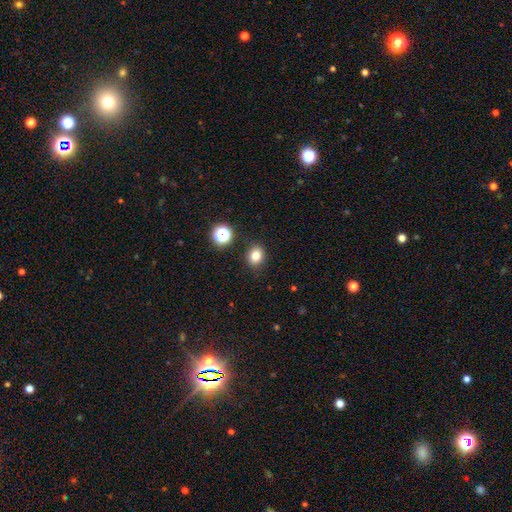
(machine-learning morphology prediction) A smooth galaxy with no disk features (79%) that is round (59%). Merging: none (86%).